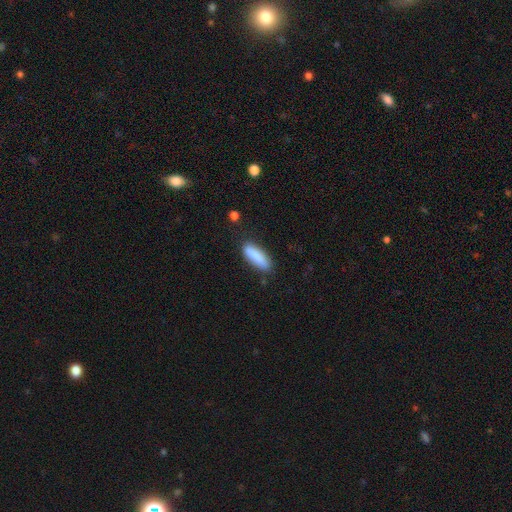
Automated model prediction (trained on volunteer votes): Smooth or featured: smooth — 86% (featured or disk — 8%)
How rounded: cigar-shaped — 50% (in between — 49%)
Merging: none — 82% (minor disturbance — 13%)